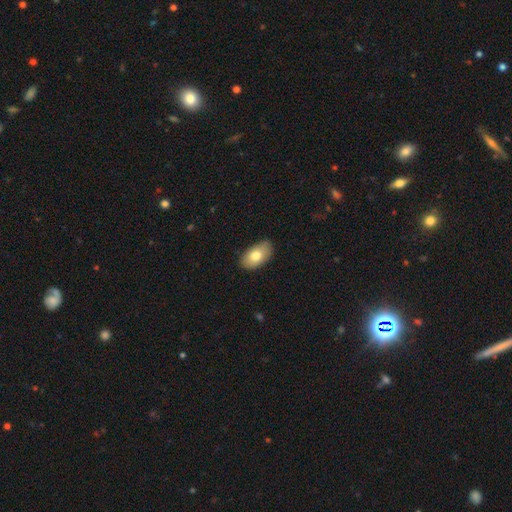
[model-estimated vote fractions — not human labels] Smooth or featured? Predicted: smooth (p=0.75). How rounded? Predicted: in between (p=0.93). Merging? Predicted: none (p=0.81).